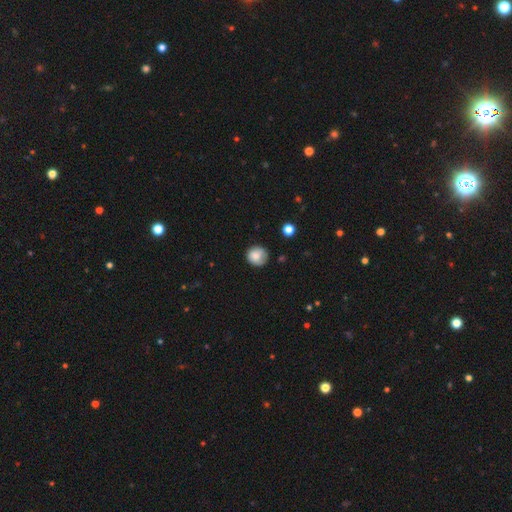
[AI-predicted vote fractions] smooth-or-featured: smooth: 81% | featured or disk: 10% | star or artifact: 9%
  how-rounded: round: 88% | in between: 11% | cigar-shaped: 1%
  merging: none: 70% | minor disturbance: 22% | major disturbance: 6% | merger: 2%